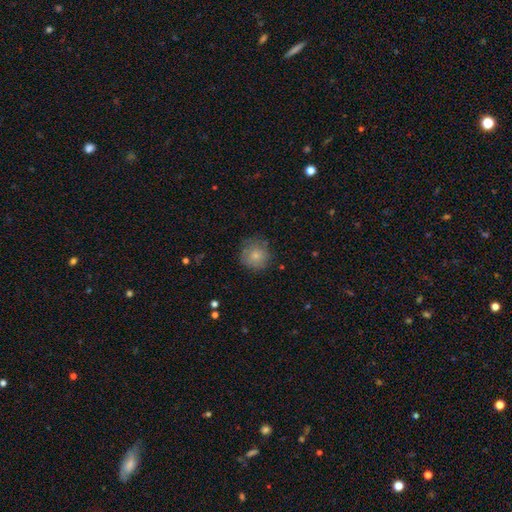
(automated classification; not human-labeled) A smooth galaxy with no disk features (79%) that is round (92%).

Vote fractions:
- Smooth or featured? smooth: 79% / featured or disk: 13% / star or artifact: 8%
- How rounded? round: 92% / in between: 7% / cigar-shaped: 1%
- Merging? none: 74% / minor disturbance: 19% / major disturbance: 6% / merger: 1%